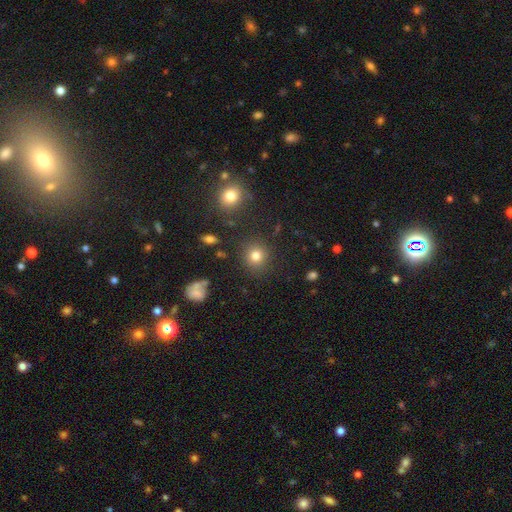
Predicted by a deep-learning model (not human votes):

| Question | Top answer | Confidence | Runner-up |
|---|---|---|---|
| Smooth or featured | smooth | 78% | star or artifact (15%) |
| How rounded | round | 89% | in between (10%) |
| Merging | none | 86% | minor disturbance (8%) |